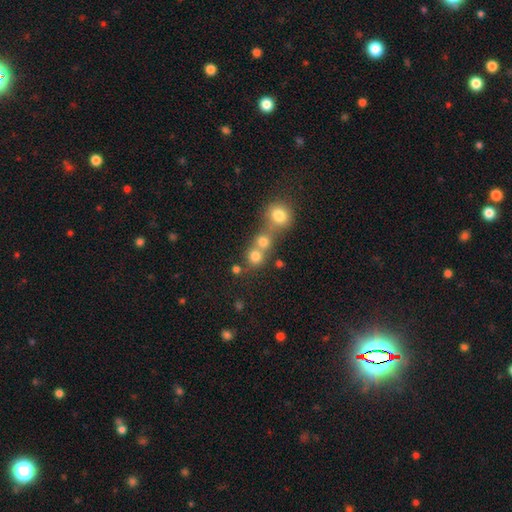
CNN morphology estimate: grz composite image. It shows a smooth galaxy with no disk features (73%) that is round (86%). Merging: none (46%).